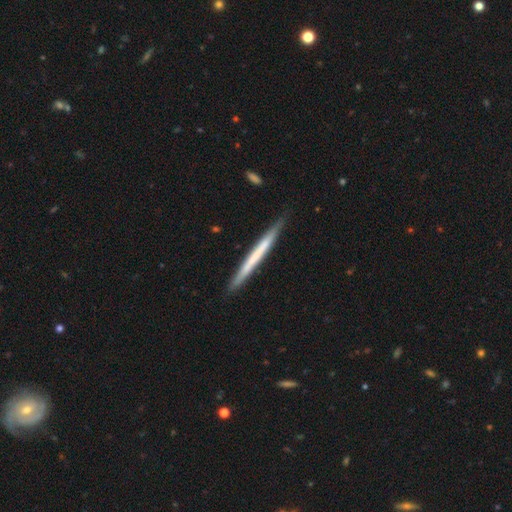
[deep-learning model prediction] Overall: featured or disk (51%; smooth 42%). Edge-on disk: yes (96%). Merging: none (88%).